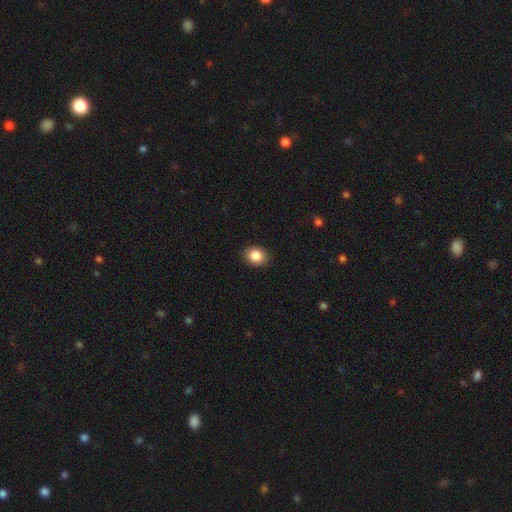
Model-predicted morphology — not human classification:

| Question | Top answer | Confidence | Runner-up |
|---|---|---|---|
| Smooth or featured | smooth | 87% | star or artifact (9%) |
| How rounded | in between | 50% | round (49%) |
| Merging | none | 89% | minor disturbance (8%) |